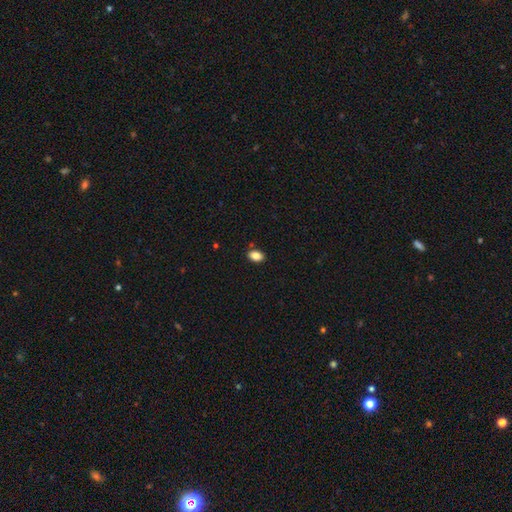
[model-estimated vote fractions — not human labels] Smooth or featured: smooth — 85% (star or artifact — 9%)
How rounded: in between — 85% (round — 14%)
Merging: none — 86% (minor disturbance — 9%)